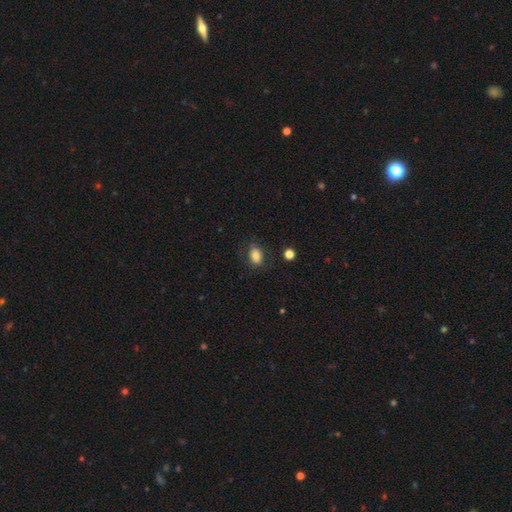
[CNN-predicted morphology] Smooth or featured? Predicted: smooth (p=0.80). How rounded? Predicted: in between (p=0.79). Merging? Predicted: none (p=0.77).